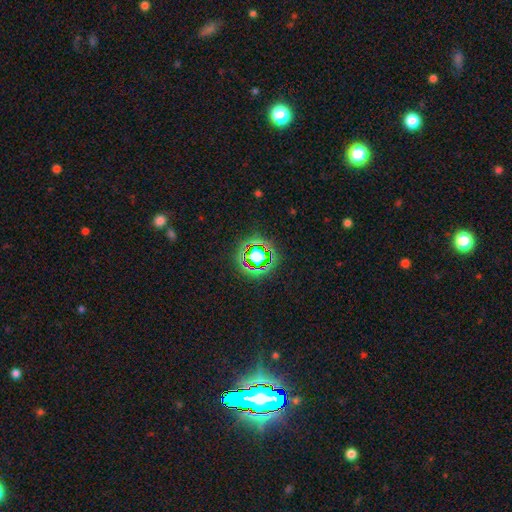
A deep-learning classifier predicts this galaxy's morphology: star or artifact 61%, smooth 26%, featured or disk 13%.